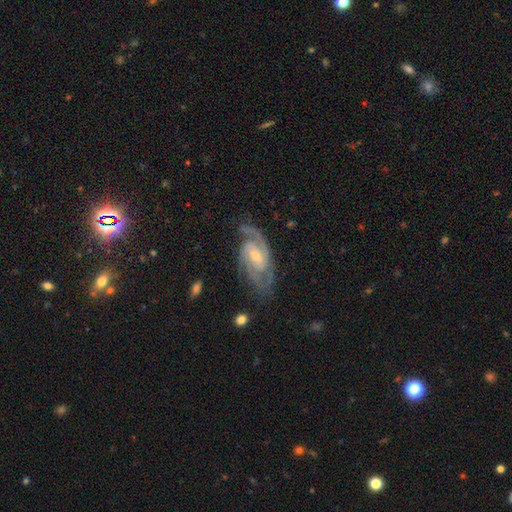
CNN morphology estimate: This appears to be a featured or disk galaxy (90%) with a weak bar (47%), 2 (62%) tight (49%) spiral arms (98%) and a small central bulge (50%). Merging: none (73%).